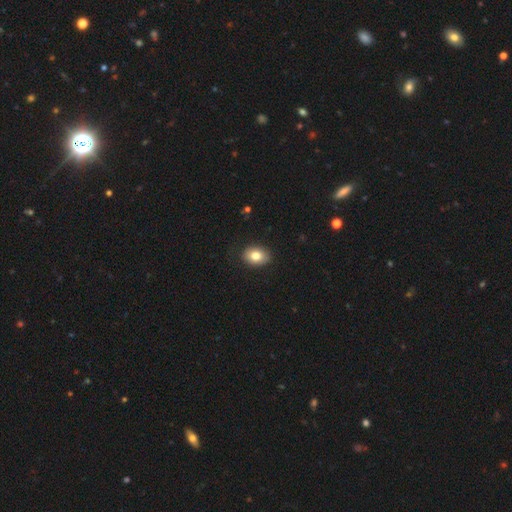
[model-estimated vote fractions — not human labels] Smooth or featured? Predicted: smooth (p=0.82). How rounded? Predicted: in between (p=0.72). Merging? Predicted: none (p=0.87).